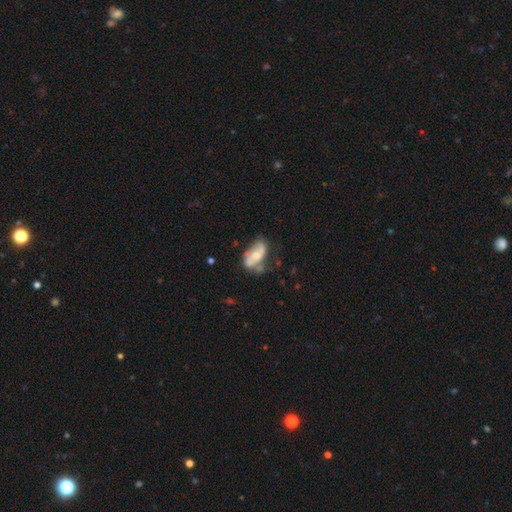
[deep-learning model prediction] The model was most divided on "bulge size": moderate: 49%, small: 39%, none: 6%, large: 4%, dominant: 1%. Remaining: edge-on disk — no (93%); spiral arms — yes (66%); bar — no (65%); smooth or featured — featured or disk (56%); merging — none (42%).